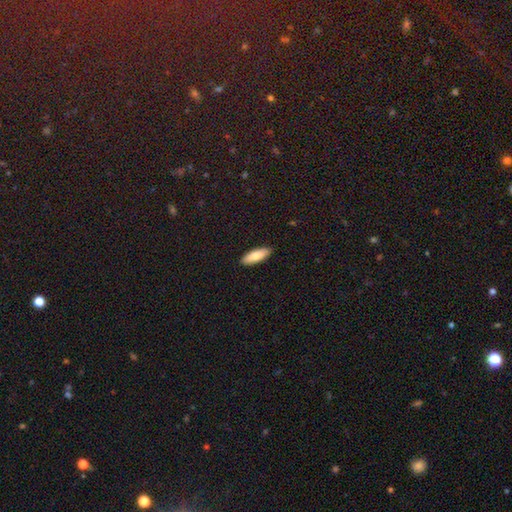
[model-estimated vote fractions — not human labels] A smooth galaxy with no disk features (81%) that is in between round and cigar-shaped (62%).

Vote fractions:
- Smooth or featured? smooth: 81% / featured or disk: 14% / star or artifact: 6%
- How rounded? in between: 62% / cigar-shaped: 36% / round: 2%
- Merging? none: 91% / minor disturbance: 7% / major disturbance: 1% / merger: 1%